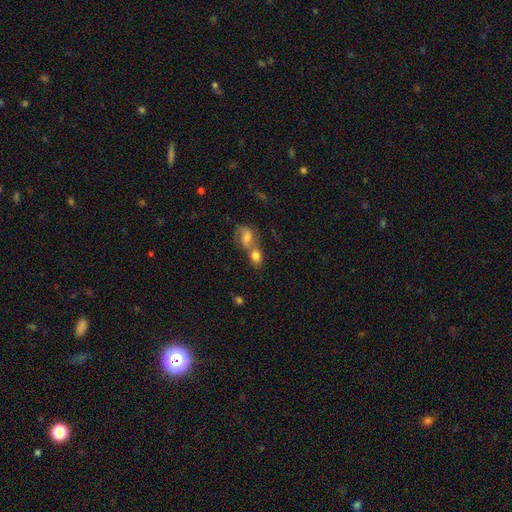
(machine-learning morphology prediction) Smooth or featured? smooth (74%)
How rounded? in between (54%)
Merging? merger (65%)